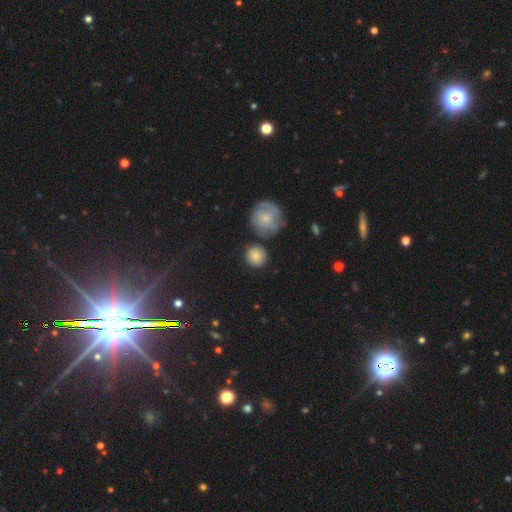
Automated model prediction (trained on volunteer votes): Morphology: type=smooth (78%); roundness=round (91%); merging=none (78%).